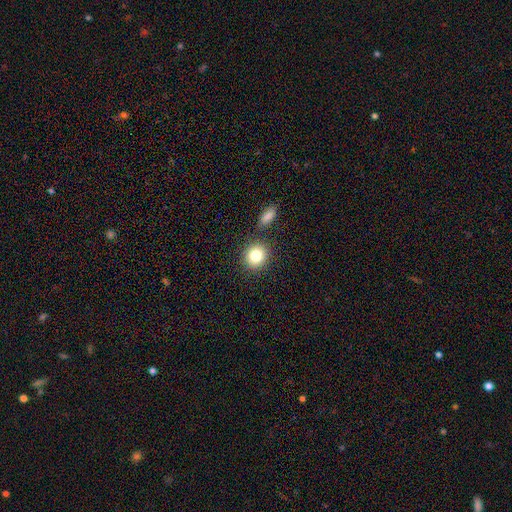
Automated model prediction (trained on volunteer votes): The model was most divided on "how rounded": round: 82%, in between: 17%, cigar-shaped: 1%. More confident: smooth or featured — smooth (81%); merging — none (80%).